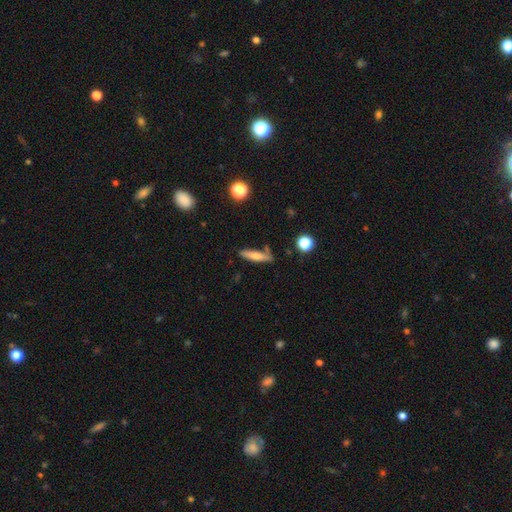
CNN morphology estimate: smooth-or-featured: smooth: 69% | featured or disk: 23% | star or artifact: 8%
  how-rounded: cigar-shaped: 78% | in between: 20% | round: 2%
  merging: none: 72% | minor disturbance: 16% | merger: 8% | major disturbance: 4%